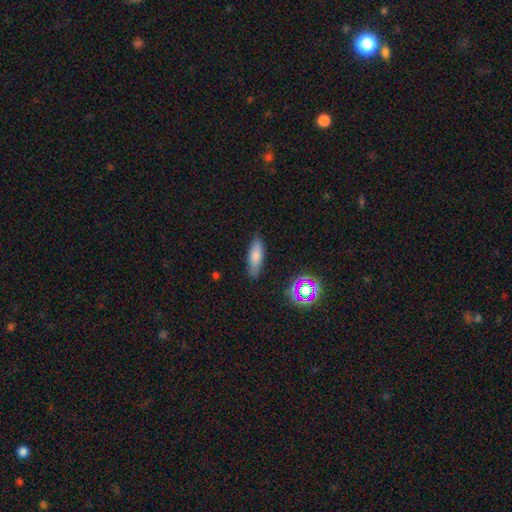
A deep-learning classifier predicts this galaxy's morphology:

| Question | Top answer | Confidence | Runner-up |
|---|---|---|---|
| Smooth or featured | smooth | 77% | featured or disk (13%) |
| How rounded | in between | 57% | cigar-shaped (41%) |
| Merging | none | 84% | minor disturbance (12%) |